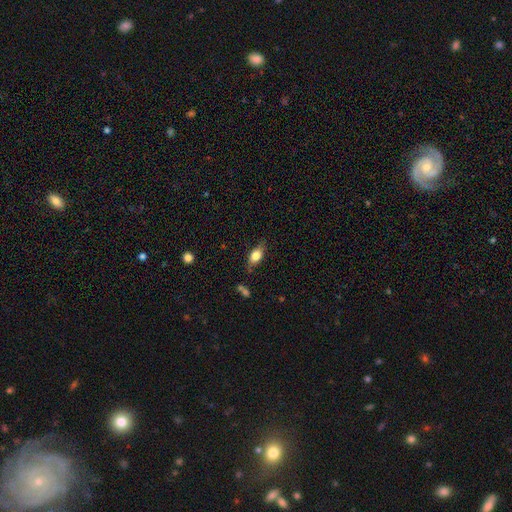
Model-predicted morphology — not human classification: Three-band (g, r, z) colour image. It shows a smooth galaxy with no disk features (70%) that is in between round and cigar-shaped (81%). Merging: none (72%).